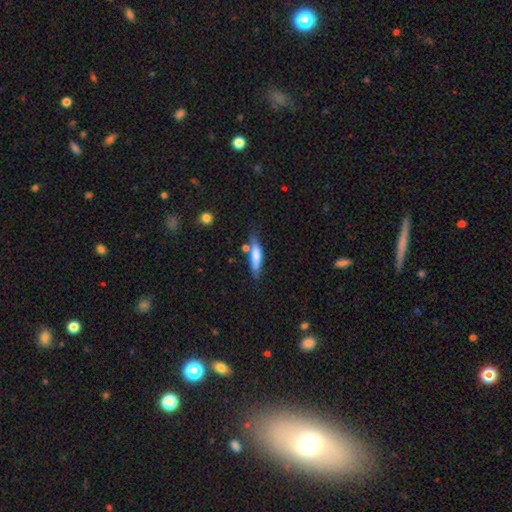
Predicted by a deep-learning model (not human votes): Q: Smooth or featured?
A: smooth (71%); runner-up: featured or disk (23%)
Q: How rounded?
A: cigar-shaped (71%); runner-up: in between (27%)
Q: Merging?
A: none (64%); runner-up: minor disturbance (21%)